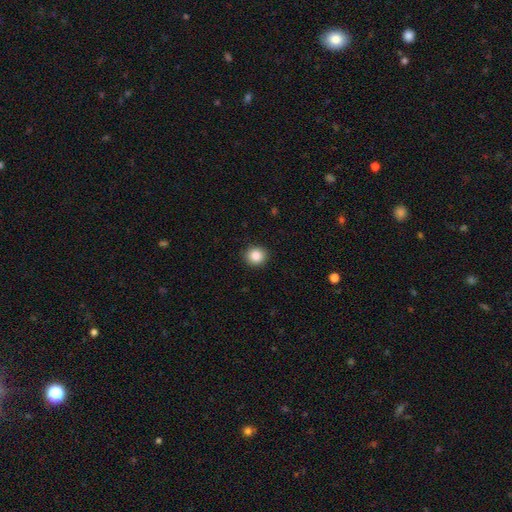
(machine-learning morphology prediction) The model was most divided on "how rounded": round: 87%, in between: 12%, cigar-shaped: 1%. More confident: merging — none (91%); smooth or featured — smooth (87%).